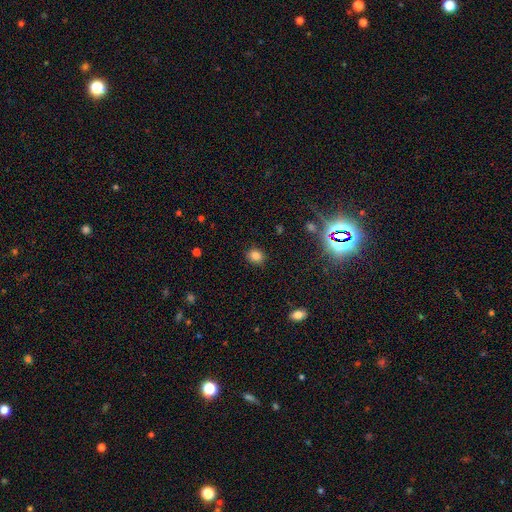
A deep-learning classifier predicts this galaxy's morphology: type=smooth (81%); roundness=round (66%); merging=none (89%).